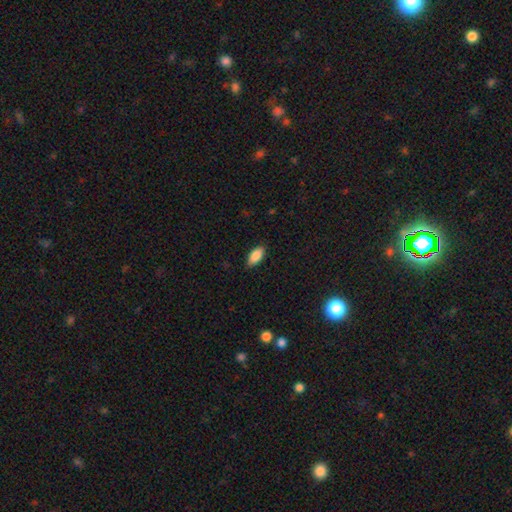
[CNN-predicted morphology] smooth 87%, star or artifact 7%, featured or disk 6%. Down the decision tree: how rounded — in between (89%); merging — none (86%).